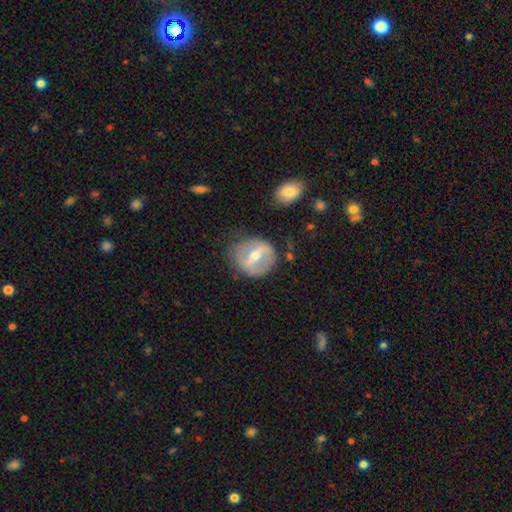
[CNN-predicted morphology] Q: Smooth or featured?
A: featured or disk (66%); runner-up: smooth (27%)
Q: Edge-on disk?
A: no (91%); runner-up: yes (9%)
Q: Bar?
A: strong (54%); runner-up: weak (33%)
Q: Spiral arms?
A: no (59%); runner-up: yes (41%)
Q: Bulge size?
A: moderate (62%); runner-up: small (34%)
Q: Merging?
A: none (72%); runner-up: minor disturbance (19%)